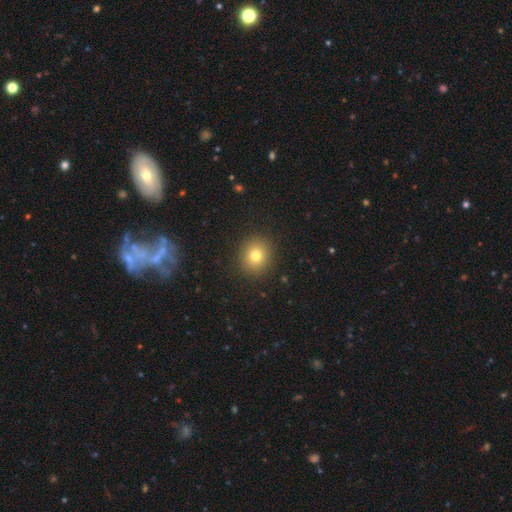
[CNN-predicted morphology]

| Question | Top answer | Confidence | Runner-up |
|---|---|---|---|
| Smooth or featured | smooth | 78% | star or artifact (13%) |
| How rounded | round | 83% | in between (16%) |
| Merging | none | 91% | minor disturbance (6%) |